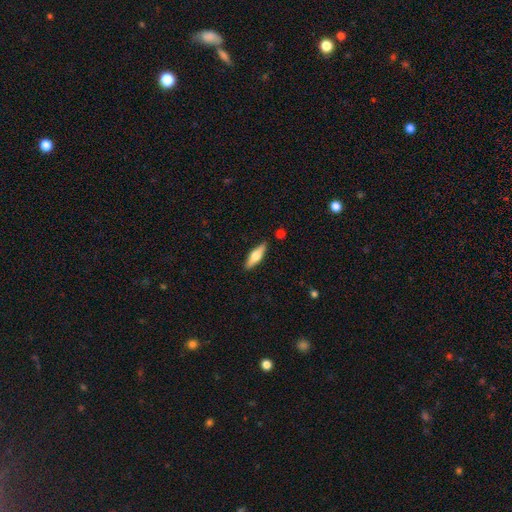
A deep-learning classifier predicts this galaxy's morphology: type=smooth (50%); roundness=cigar-shaped (58%); merging=none (88%).